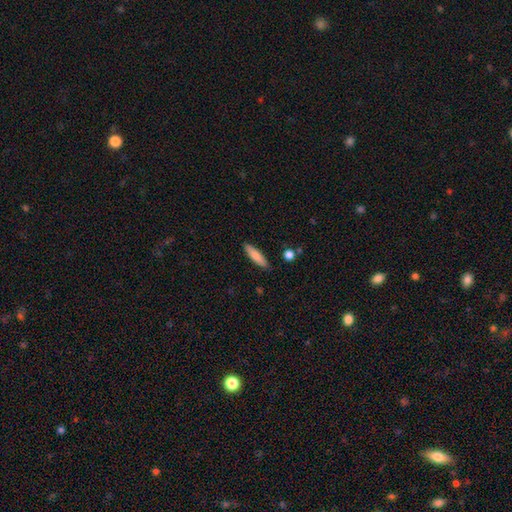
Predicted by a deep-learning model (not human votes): Smooth or featured: smooth — 80% (featured or disk — 14%)
How rounded: cigar-shaped — 76% (in between — 23%)
Merging: none — 88% (minor disturbance — 8%)